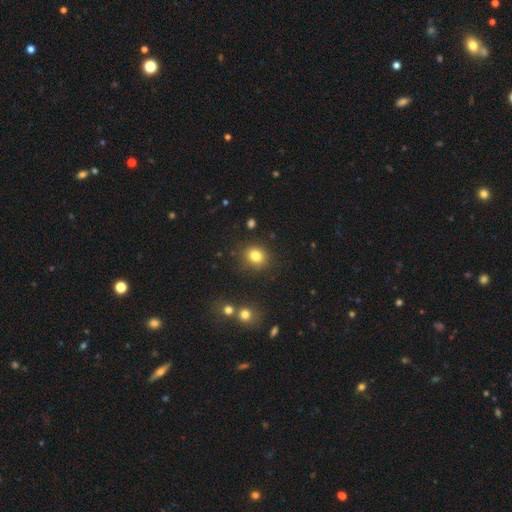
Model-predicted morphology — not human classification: smooth 81%, star or artifact 12%, featured or disk 6%. Down the decision tree: how rounded — round (70%); merging — none (84%).